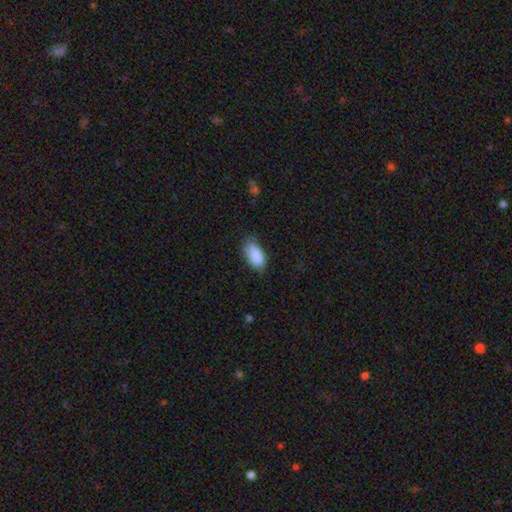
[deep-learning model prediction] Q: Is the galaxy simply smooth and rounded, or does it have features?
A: smooth — 88%.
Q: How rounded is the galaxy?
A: in between — 92%.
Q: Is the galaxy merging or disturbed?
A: none — 70%.